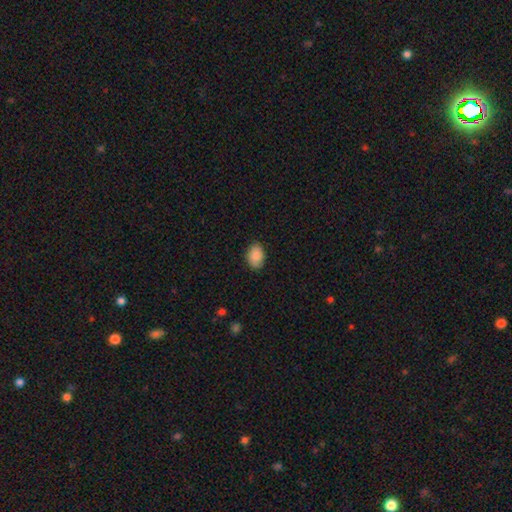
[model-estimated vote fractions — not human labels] smooth_or_featured: smooth (p=0.88) [alt: star or artifact p=0.07]
how_rounded: in between (p=0.80) [alt: round p=0.19]
merging: none (p=0.83) [alt: minor disturbance p=0.13]